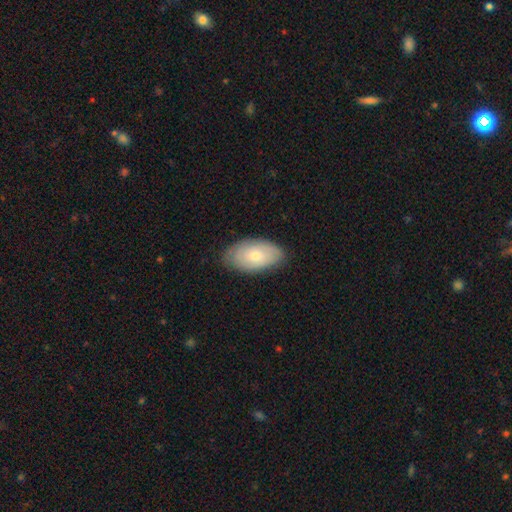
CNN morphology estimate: Smooth or featured?
  - smooth: 61% *
  - featured or disk: 33%
  - star or artifact: 6%
How rounded?
  - in between: 94% *
  - round: 4%
  - cigar-shaped: 2%
Merging?
  - none: 78% *
  - minor disturbance: 17%
  - major disturbance: 3%
  - merger: 1%